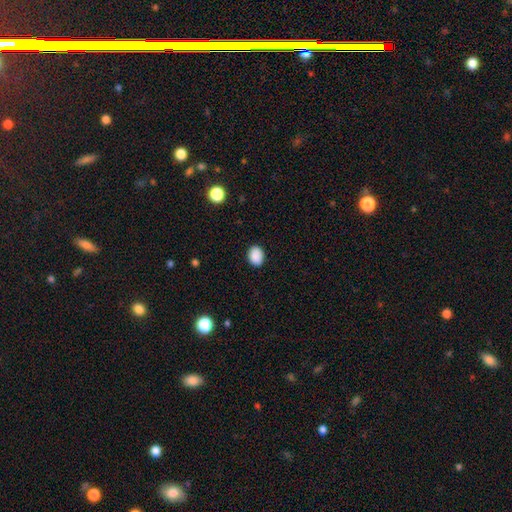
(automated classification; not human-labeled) Overall: smooth (89%). How rounded: in between (66%; round 33%). Merging: none (89%).